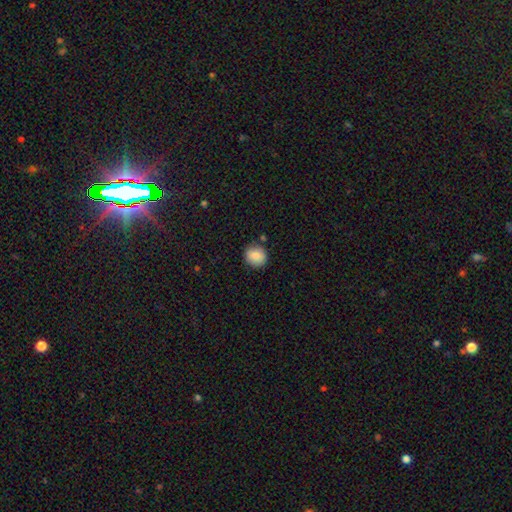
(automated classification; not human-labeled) A smooth galaxy with no disk features (86%) that is round (86%).

Vote fractions:
- Smooth or featured? smooth: 86% / star or artifact: 8% / featured or disk: 6%
- How rounded? round: 86% / in between: 13% / cigar-shaped: 1%
- Merging? none: 86% / minor disturbance: 9% / merger: 3% / major disturbance: 2%